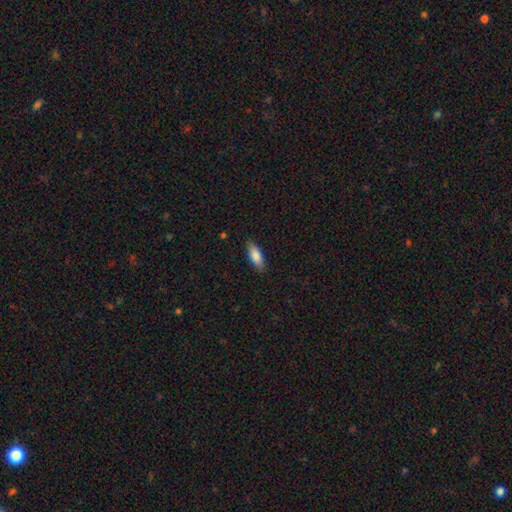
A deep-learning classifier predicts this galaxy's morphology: Overall: smooth (86%). How rounded: in between (71%). Merging: none (86%).